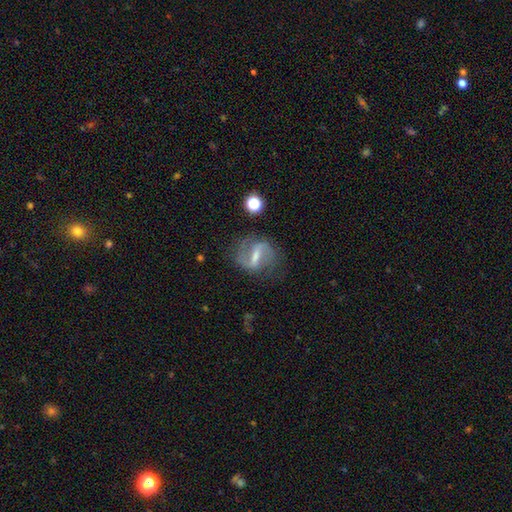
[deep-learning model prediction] Smooth or featured: featured or disk — 83% (smooth — 9%)
Edge-on disk: no — 95% (yes — 5%)
Bar: strong — 58% (weak — 34%)
Spiral arms: yes — 91% (no — 9%)
Spiral winding: loose — 45% (medium — 42%)
Spiral arm count: 2 — 89% (can't tell — 5%)
Bulge size: small — 47% (moderate — 34%)
Merging: none — 73% (minor disturbance — 16%)